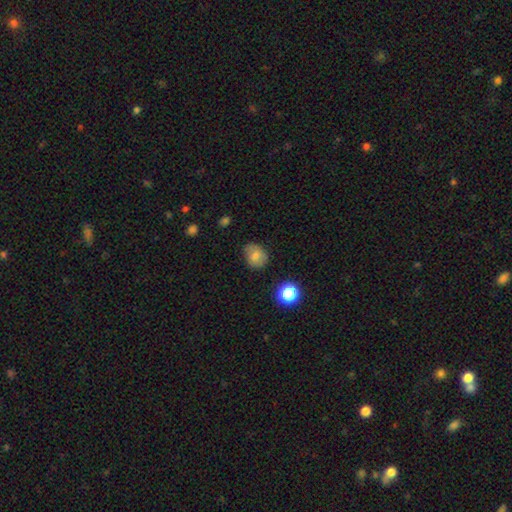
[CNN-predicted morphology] This appears to be a smooth galaxy with no disk features (74%) that is round (55%). Merging: none (67%).